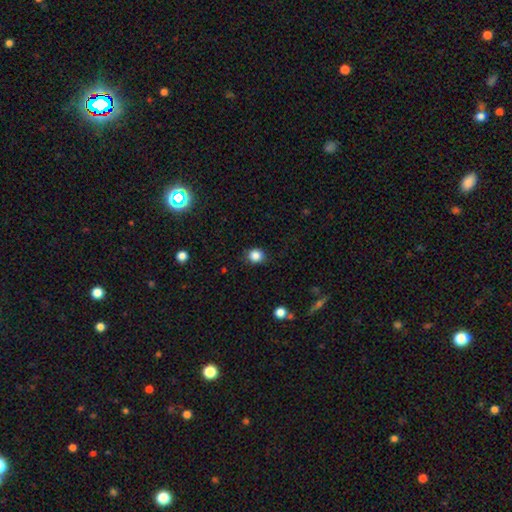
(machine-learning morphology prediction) Q: Smooth or featured?
A: smooth (85%); runner-up: star or artifact (11%)
Q: How rounded?
A: round (83%); runner-up: in between (16%)
Q: Merging?
A: none (86%); runner-up: minor disturbance (10%)